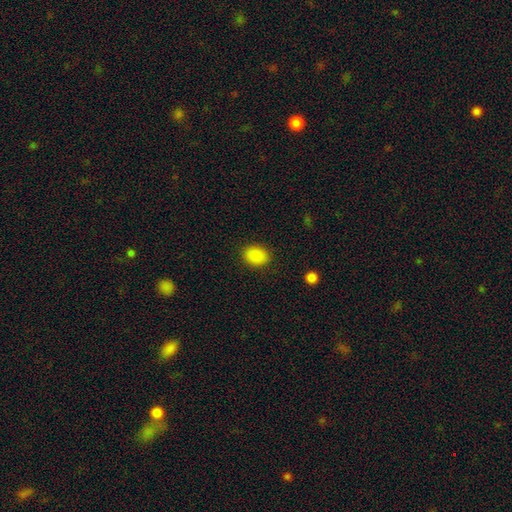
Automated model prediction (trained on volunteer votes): A smooth galaxy with no disk features (88%) that is in between round and cigar-shaped (59%). Merging: none (88%).